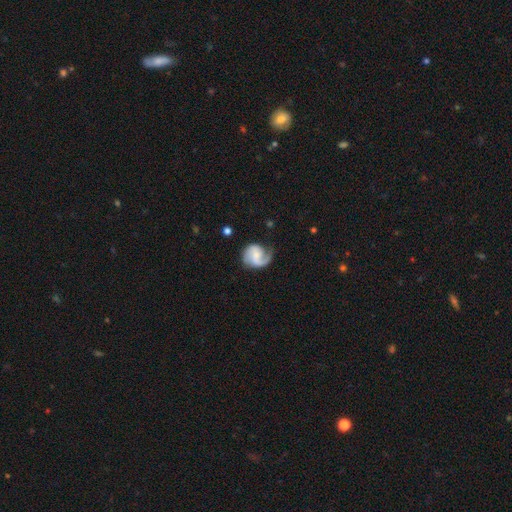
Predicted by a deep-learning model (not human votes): featured or disk 77%, smooth 17%, star or artifact 6%. Down the decision tree: edge-on disk — no (98%); bar — no (55%); spiral arms — yes (96%); spiral arm count — 2 (60%); spiral winding — medium (46%); bulge size — small (54%); merging — none (63%).